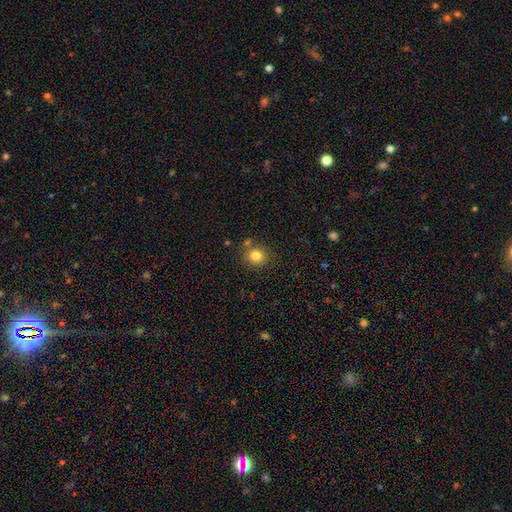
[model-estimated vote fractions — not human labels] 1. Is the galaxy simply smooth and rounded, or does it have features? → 83% smooth, 11% star or artifact, 6% featured or disk.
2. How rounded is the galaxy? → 85% round, 15% in between, 1% cigar-shaped.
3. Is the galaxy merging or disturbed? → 79% none, 10% minor disturbance, 8% merger, 3% major disturbance.